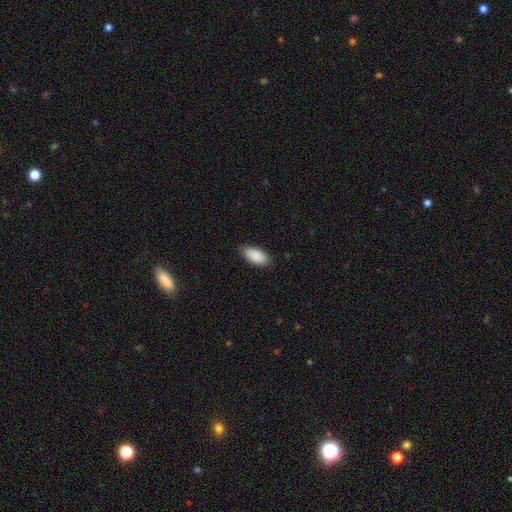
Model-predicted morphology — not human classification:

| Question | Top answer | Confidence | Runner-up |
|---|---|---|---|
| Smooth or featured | smooth | 89% | star or artifact (6%) |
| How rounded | in between | 93% | cigar-shaped (5%) |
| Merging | none | 82% | minor disturbance (15%) |